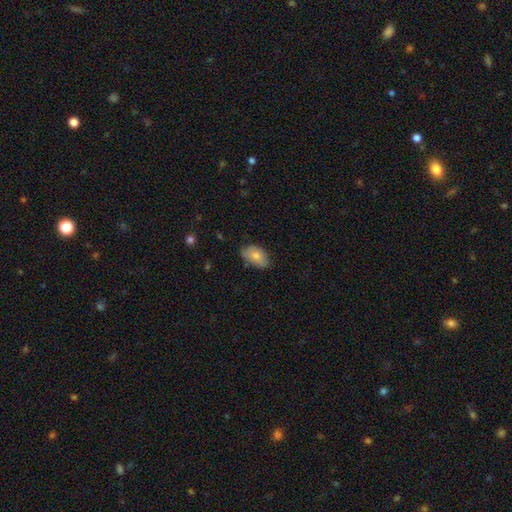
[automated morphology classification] Smooth or featured? smooth (79%)
How rounded? in between (91%)
Merging? none (67%)